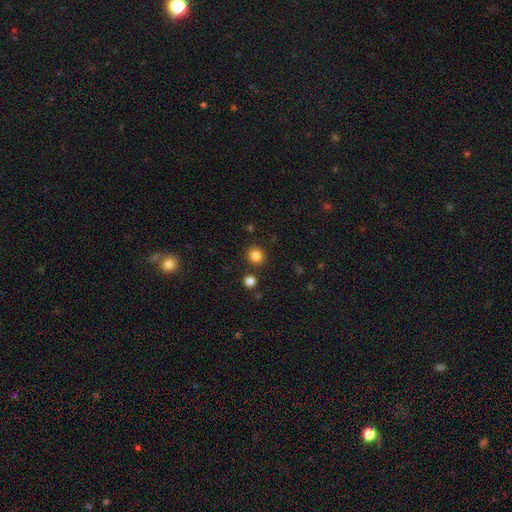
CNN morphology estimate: smooth_or_featured: smooth (p=0.84) [alt: star or artifact p=0.12]
how_rounded: round (p=0.90) [alt: in between p=0.09]
merging: none (p=0.88) [alt: minor disturbance p=0.06]